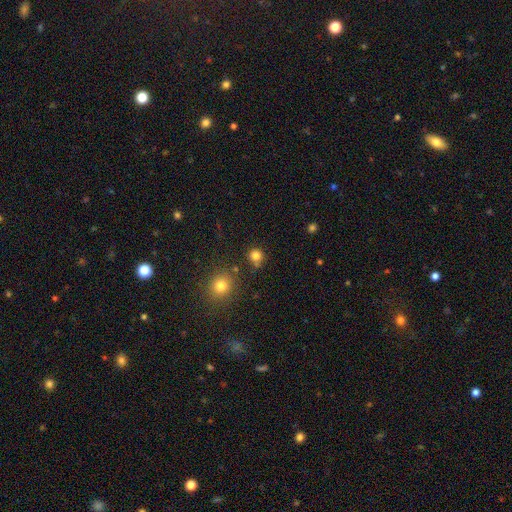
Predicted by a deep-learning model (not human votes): smooth_or_featured: smooth (p=0.80) [alt: star or artifact p=0.15]
how_rounded: round (p=0.91) [alt: in between p=0.08]
merging: none (p=0.77) [alt: minor disturbance p=0.11]